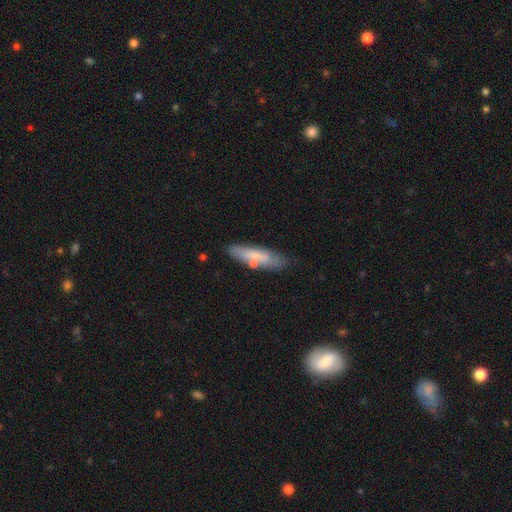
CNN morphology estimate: smooth 63%, featured or disk 30%, star or artifact 7%. Down the decision tree: how rounded — cigar-shaped (74%); merging — none (74%).